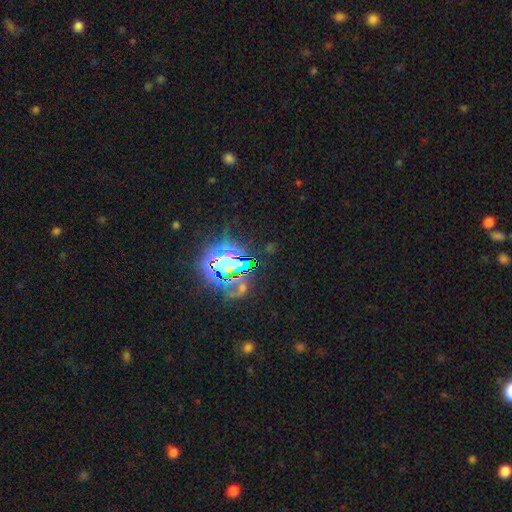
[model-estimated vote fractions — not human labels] Q: Smooth or featured?
A: star or artifact (83%); runner-up: smooth (10%)